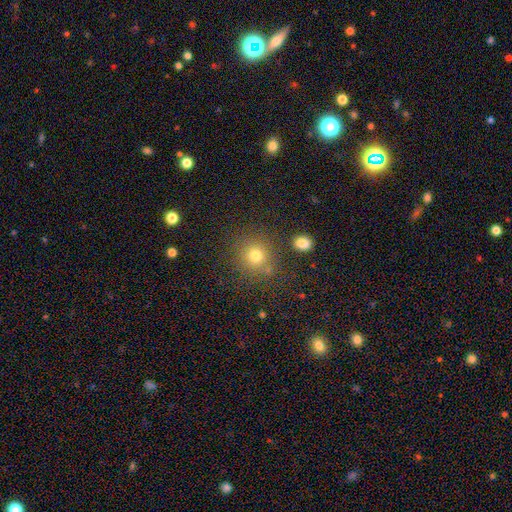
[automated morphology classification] This is likely a smooth galaxy (76%). How rounded: clearly round (89%). Merging: clearly none (81%).